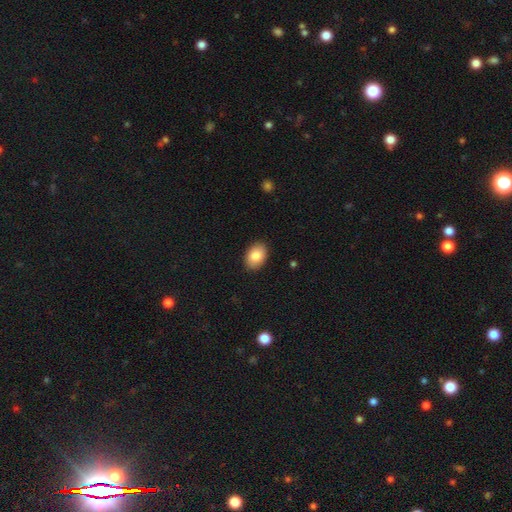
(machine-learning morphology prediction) A smooth galaxy with no disk features (86%) that is in between round and cigar-shaped (84%). Merging: none (89%).